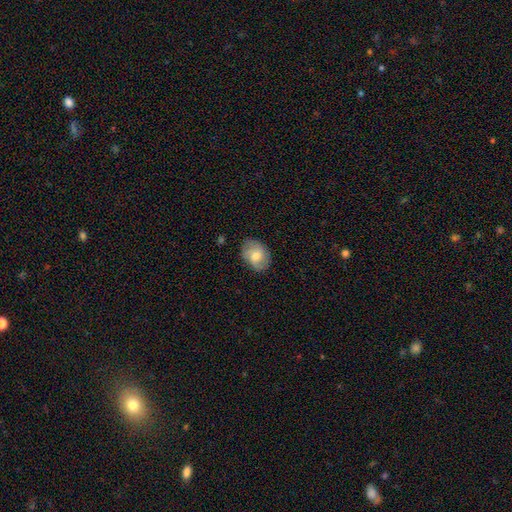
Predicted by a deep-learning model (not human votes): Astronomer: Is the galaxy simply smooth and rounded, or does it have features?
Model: smooth — 56% (runner-up: featured or disk, 37%).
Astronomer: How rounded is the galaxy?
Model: in between — 71%.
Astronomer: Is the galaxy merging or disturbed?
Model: none — 77%.